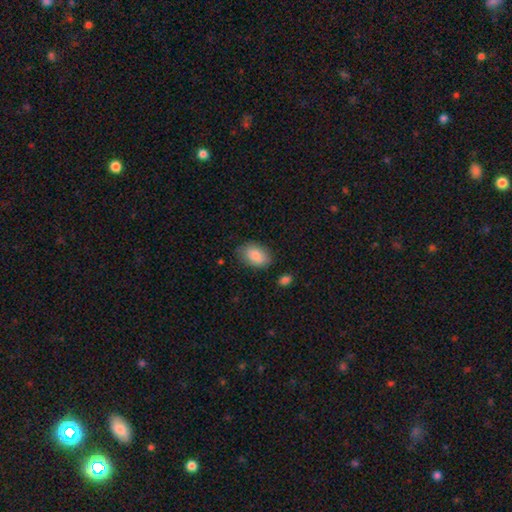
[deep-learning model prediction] Smooth or featured: smooth — 86% (featured or disk — 7%)
How rounded: in between — 88% (round — 10%)
Merging: none — 76% (minor disturbance — 18%)